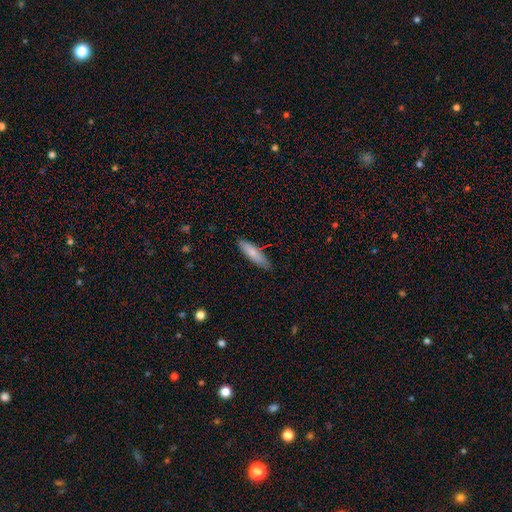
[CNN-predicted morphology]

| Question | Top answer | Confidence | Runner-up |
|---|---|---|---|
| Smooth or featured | smooth | 61% | featured or disk (28%) |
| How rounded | cigar-shaped | 77% | in between (21%) |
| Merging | none | 87% | minor disturbance (10%) |